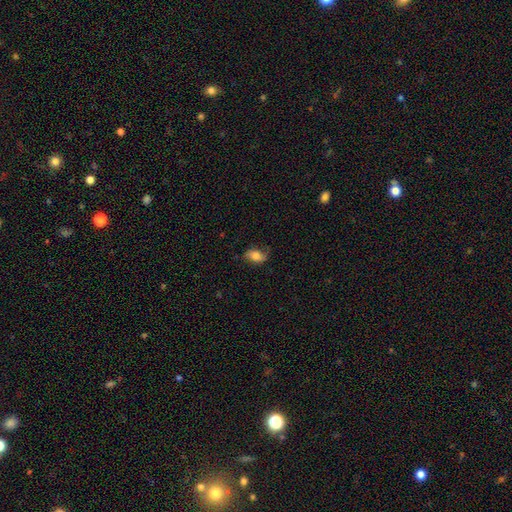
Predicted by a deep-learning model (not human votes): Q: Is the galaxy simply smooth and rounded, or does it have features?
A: smooth — 68%.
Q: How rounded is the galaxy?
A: in between — 88%.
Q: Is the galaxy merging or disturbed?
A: none — 65%.